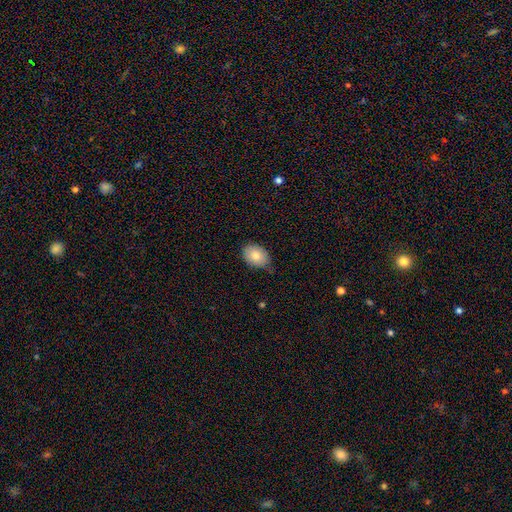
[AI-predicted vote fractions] Morphology: type=smooth (80%); roundness=in between (73%); merging=none (60%).